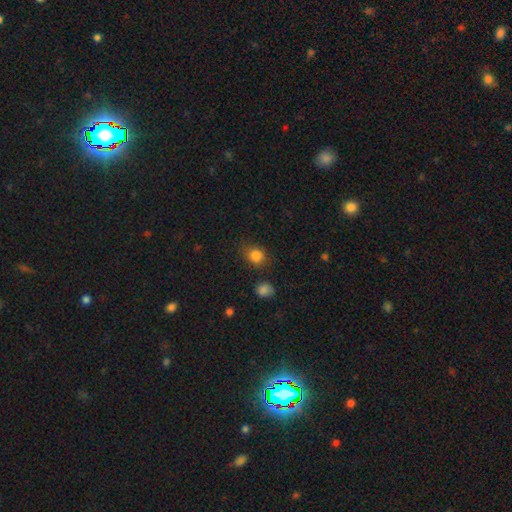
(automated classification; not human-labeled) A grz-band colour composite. It shows a smooth galaxy with no disk features (82%) that is round (65%). Merging: none (72%).